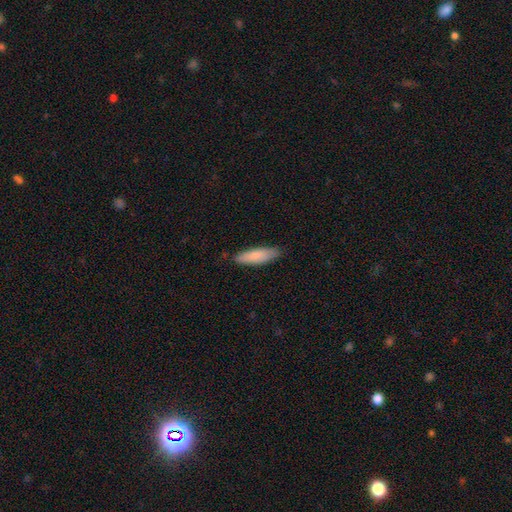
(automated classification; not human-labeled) Smooth or featured: smooth — 82% (featured or disk — 13%)
How rounded: cigar-shaped — 58% (in between — 41%)
Merging: none — 84% (minor disturbance — 13%)